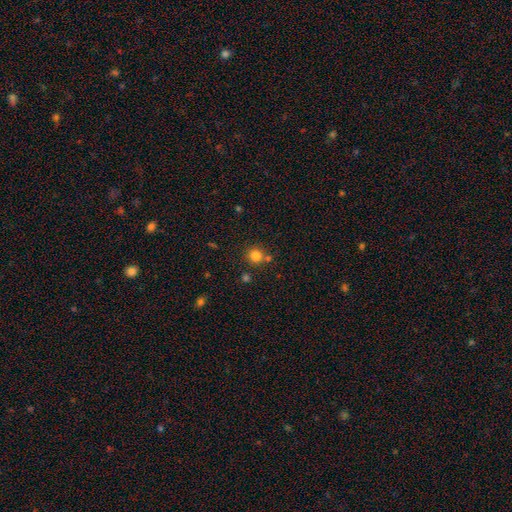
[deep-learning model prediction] A smooth galaxy with no disk features (81%) that is round (93%).

Vote fractions:
- Smooth or featured? smooth: 81% / star or artifact: 13% / featured or disk: 5%
- How rounded? round: 93% / in between: 6% / cigar-shaped: 1%
- Merging? none: 75% / merger: 15% / minor disturbance: 8% / major disturbance: 3%